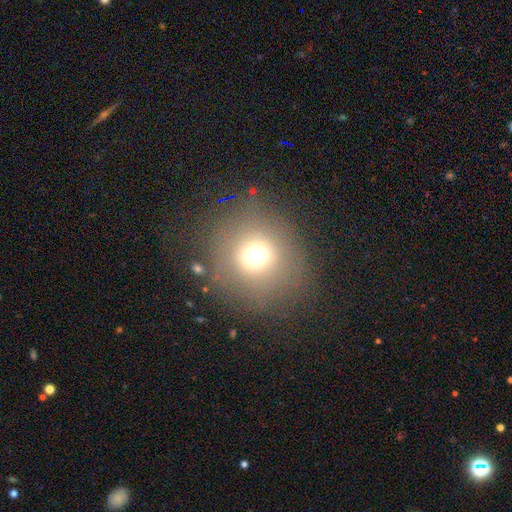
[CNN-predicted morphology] smooth 67%, star or artifact 22%, featured or disk 11%. Down the decision tree: how rounded — round (92%); merging — none (81%).